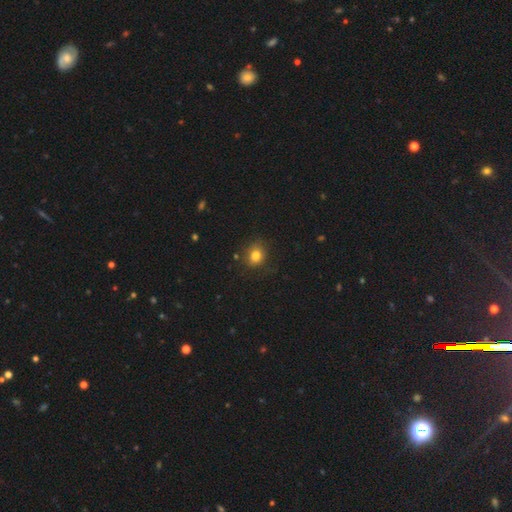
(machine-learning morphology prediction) type=smooth (81%); roundness=round (70%); merging=none (79%).